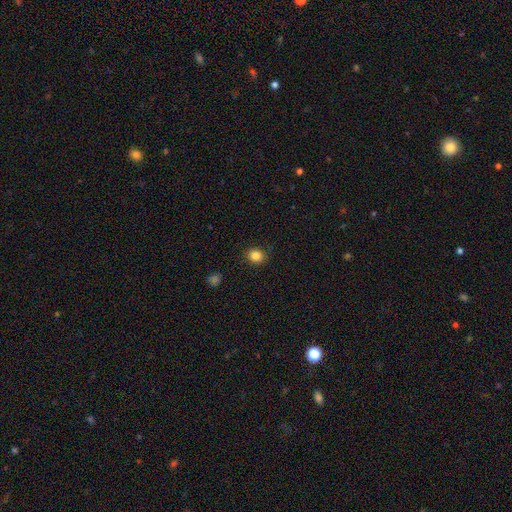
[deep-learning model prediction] This is clearly a smooth galaxy (85%). How rounded: likely round (71%). Merging: clearly none (89%).